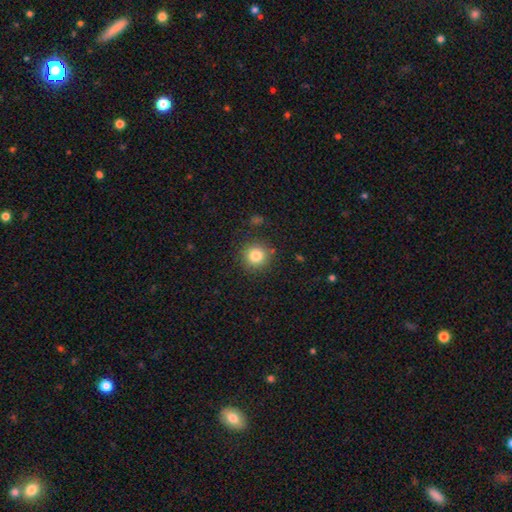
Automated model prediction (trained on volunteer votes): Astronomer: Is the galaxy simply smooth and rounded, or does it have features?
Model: smooth — 83%.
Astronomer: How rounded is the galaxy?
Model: round — 93%.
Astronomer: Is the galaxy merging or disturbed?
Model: none — 87%.